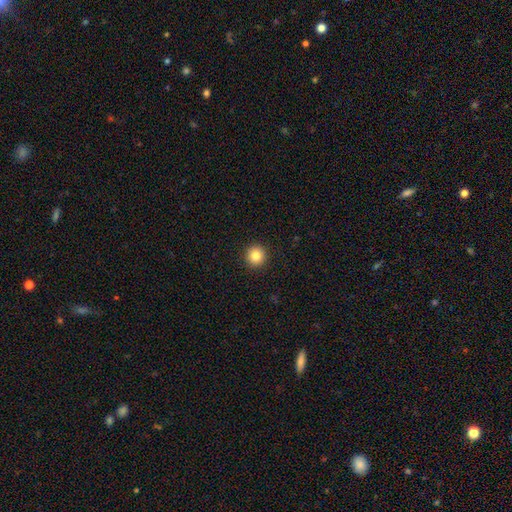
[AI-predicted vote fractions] Overall: smooth (84%). How rounded: round (95%). Merging: none (93%).